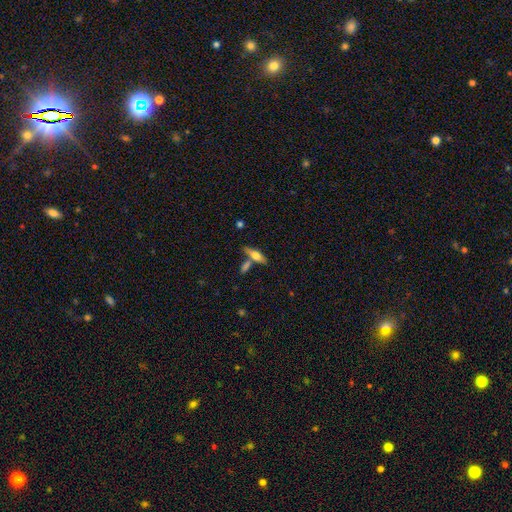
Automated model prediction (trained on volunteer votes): This appears to be a smooth galaxy with no disk features (49%). Merging: none (59%).